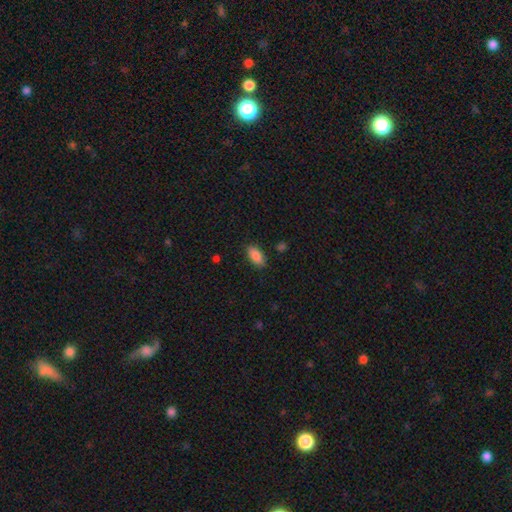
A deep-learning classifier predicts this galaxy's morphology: Overall: smooth (86%). How rounded: in between (89%). Merging: none (85%).